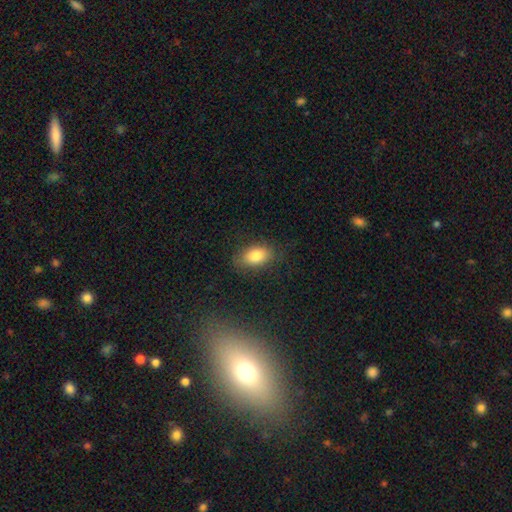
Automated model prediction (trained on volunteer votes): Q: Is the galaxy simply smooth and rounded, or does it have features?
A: smooth — 82%.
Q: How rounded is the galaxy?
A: in between — 87%.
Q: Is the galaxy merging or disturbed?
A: none — 81%.